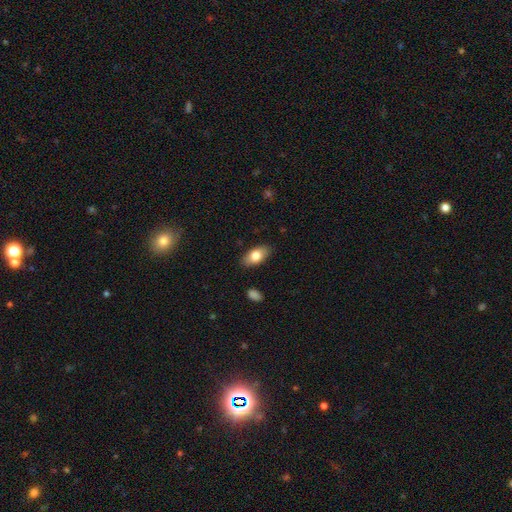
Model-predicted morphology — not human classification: Smooth or featured?
  - smooth: 79% *
  - featured or disk: 14%
  - star or artifact: 6%
How rounded?
  - in between: 92% *
  - round: 4%
  - cigar-shaped: 4%
Merging?
  - none: 86% *
  - minor disturbance: 10%
  - major disturbance: 2%
  - merger: 1%